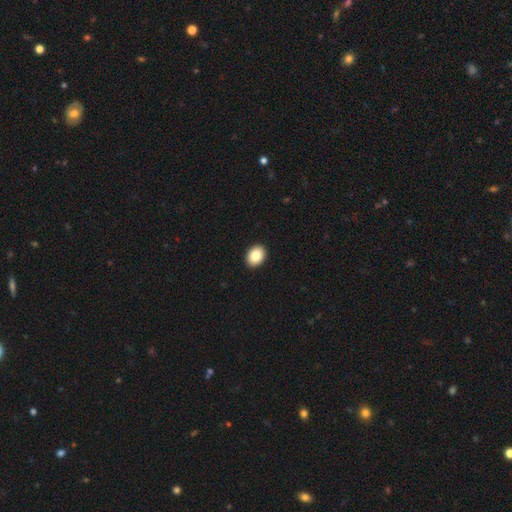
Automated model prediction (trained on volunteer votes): This appears to be a smooth galaxy with no disk features (85%) that is in between round and cigar-shaped (64%). Merging: none (93%).